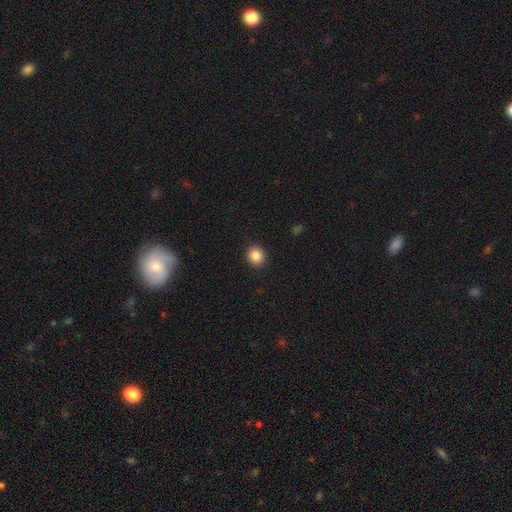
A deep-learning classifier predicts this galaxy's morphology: A smooth galaxy with no disk features (87%) that is round (85%). Merging: none (92%).